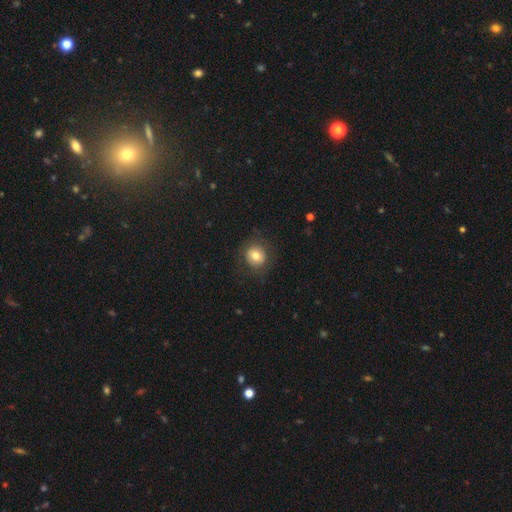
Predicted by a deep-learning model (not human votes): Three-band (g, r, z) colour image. It shows a smooth galaxy with no disk features (77%) that is round (88%). Merging: none (84%).